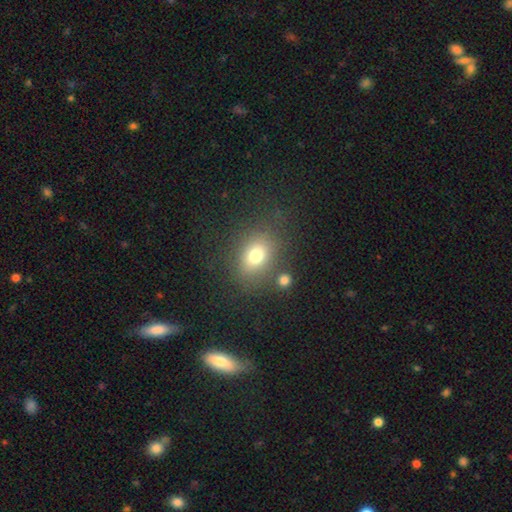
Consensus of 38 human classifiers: Volunteers were most divided on "how rounded" (2-way tie): round: 48%, in between: 48%, cigar-shaped: 3%. More confident: merging — none (89%); smooth or featured — smooth (82%).